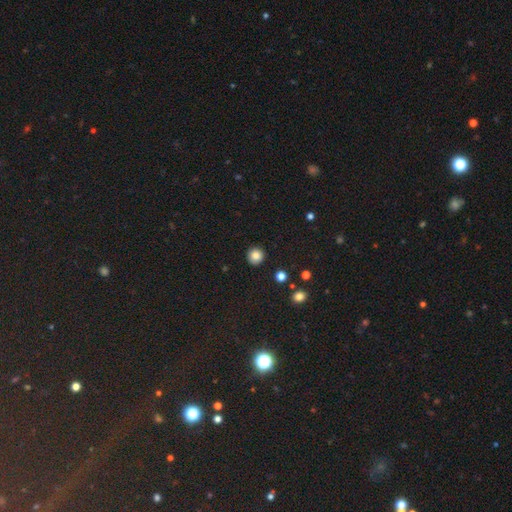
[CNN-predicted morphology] Smooth or featured? smooth (84%)
How rounded? round (93%)
Merging? none (92%)